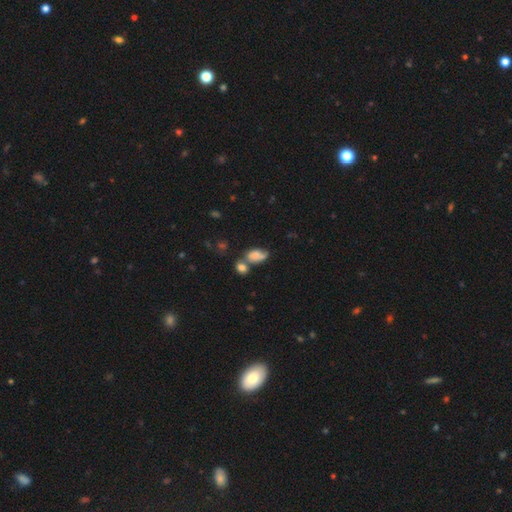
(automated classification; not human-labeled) This appears to be a smooth galaxy with no disk features (74%) that is in between round and cigar-shaped (86%). Merging: merger (36%).